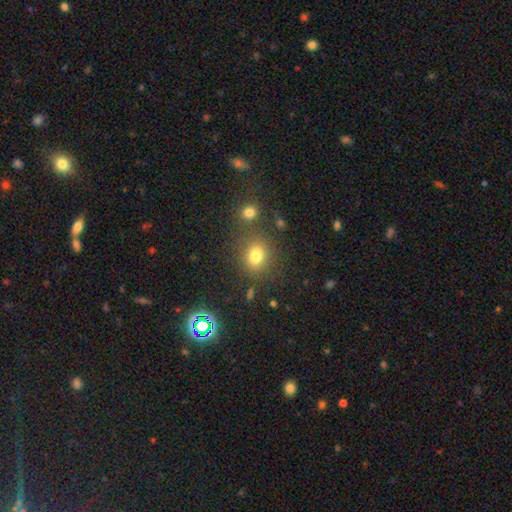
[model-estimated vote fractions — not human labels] Smooth or featured?
  - smooth: 76% *
  - star or artifact: 16%
  - featured or disk: 8%
How rounded?
  - round: 70% *
  - in between: 29%
  - cigar-shaped: 1%
Merging?
  - none: 75% *
  - minor disturbance: 11%
  - merger: 10%
  - major disturbance: 4%